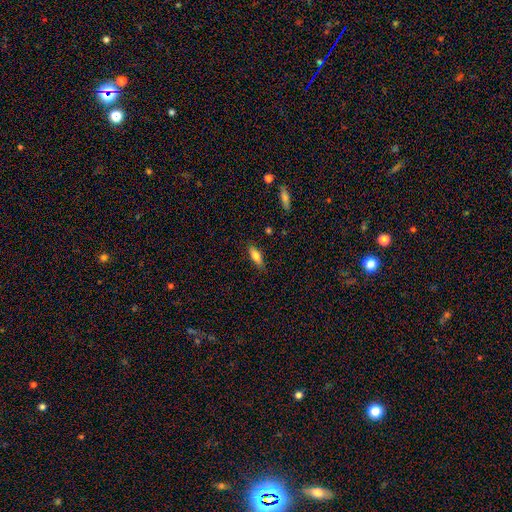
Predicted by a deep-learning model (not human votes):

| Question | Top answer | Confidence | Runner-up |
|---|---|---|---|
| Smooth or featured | smooth | 78% | featured or disk (15%) |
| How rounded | in between | 67% | cigar-shaped (31%) |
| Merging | none | 81% | minor disturbance (15%) |